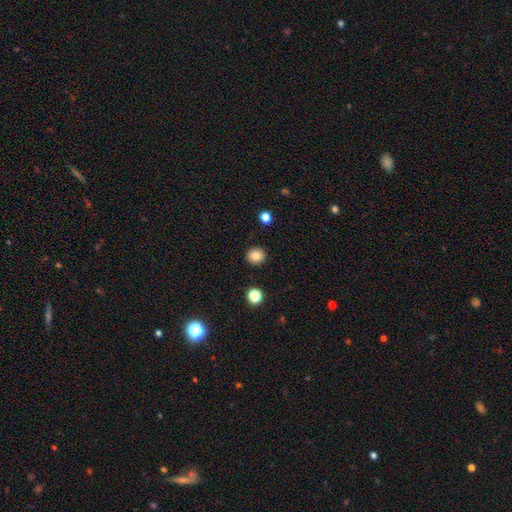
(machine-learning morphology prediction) smooth 83%, star or artifact 11%, featured or disk 6%. Down the decision tree: how rounded — round (87%); merging — none (91%).